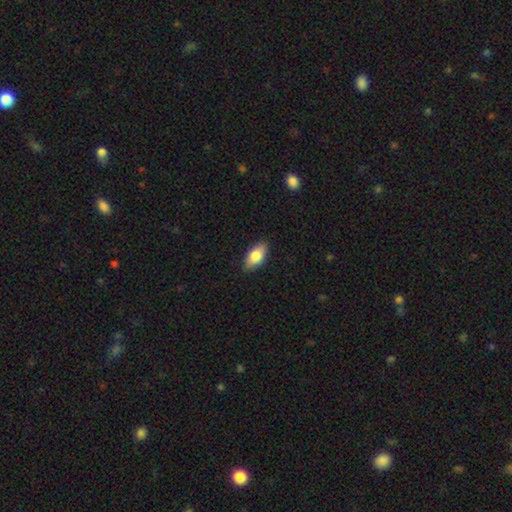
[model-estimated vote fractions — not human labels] smooth_or_featured: smooth (p=0.77) [alt: featured or disk p=0.17]
how_rounded: in between (p=0.89) [alt: cigar-shaped p=0.07]
merging: none (p=0.87) [alt: minor disturbance p=0.10]